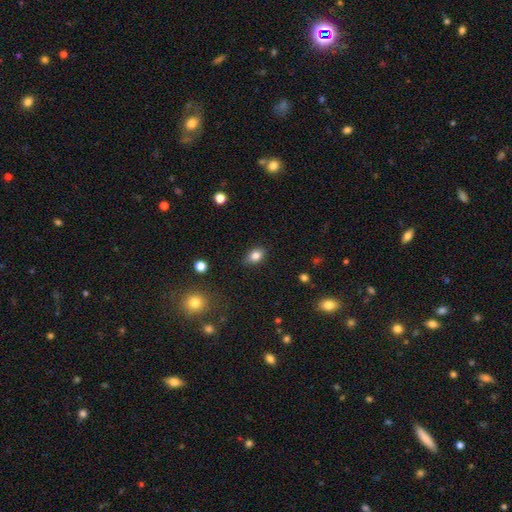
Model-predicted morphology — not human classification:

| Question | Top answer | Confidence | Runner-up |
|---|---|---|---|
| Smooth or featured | smooth | 81% | star or artifact (10%) |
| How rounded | in between | 79% | round (18%) |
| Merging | none | 82% | minor disturbance (14%) |